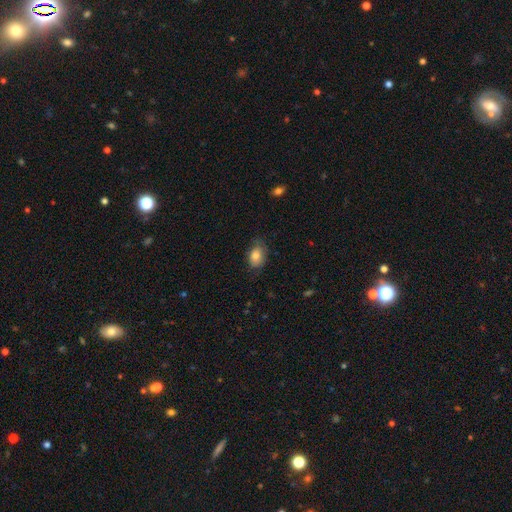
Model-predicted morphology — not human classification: Overall: smooth (81%). How rounded: in between (84%). Merging: none (70%).